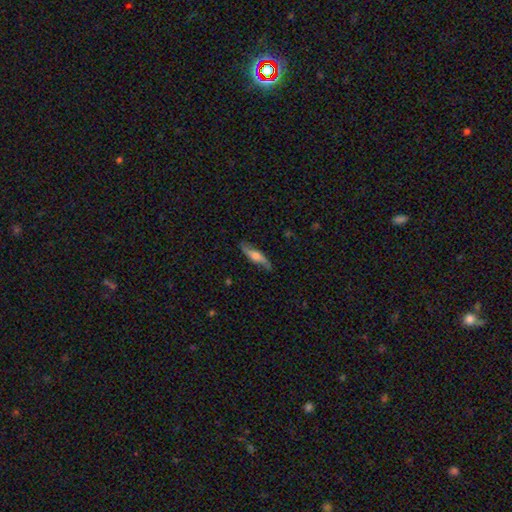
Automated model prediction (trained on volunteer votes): Smooth or featured?
  - featured or disk: 59% *
  - smooth: 34%
  - star or artifact: 6%
Edge-on disk?
  - yes: 59% *
  - no: 41%
Merging?
  - none: 79% *
  - minor disturbance: 16%
  - major disturbance: 4%
  - merger: 2%